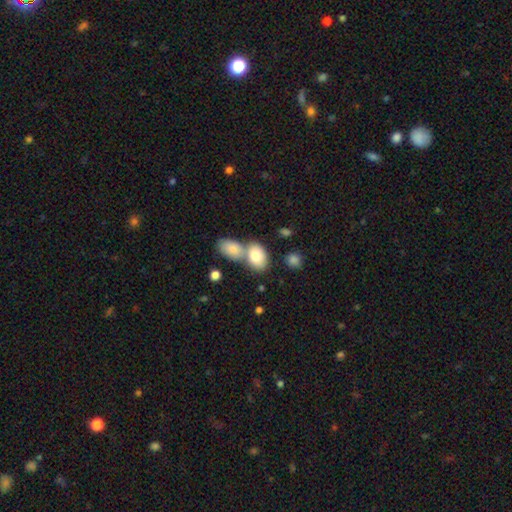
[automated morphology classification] smooth 81%, featured or disk 12%, star or artifact 7%. Down the decision tree: how rounded — in between (88%); merging — merger (49%).